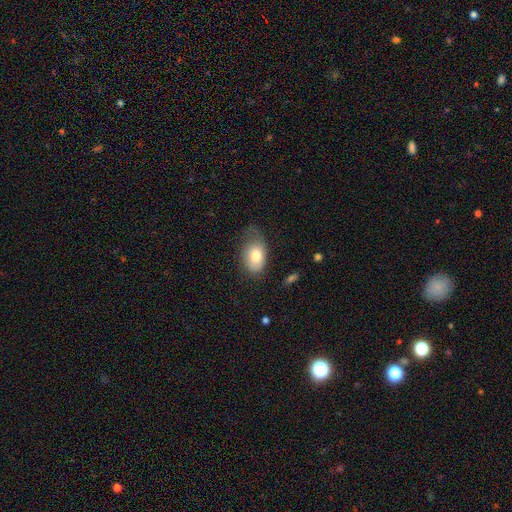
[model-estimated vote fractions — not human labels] smooth_or_featured: smooth (p=0.77) [alt: featured or disk p=0.16]
how_rounded: in between (p=0.84) [alt: round p=0.15]
merging: none (p=0.43) [alt: minor disturbance p=0.36]